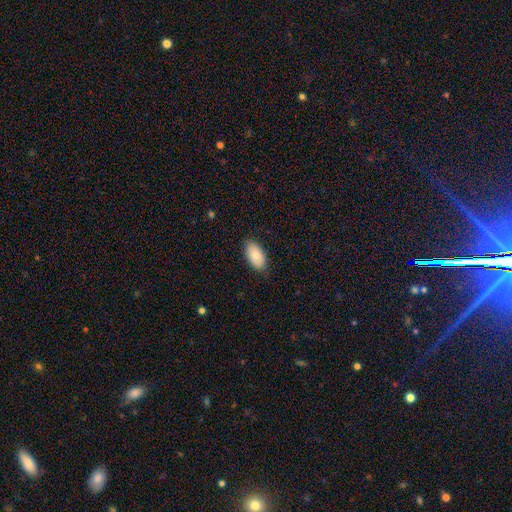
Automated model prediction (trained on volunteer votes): smooth_or_featured: smooth (p=0.84) [alt: featured or disk p=0.10]
how_rounded: in between (p=0.95) [alt: round p=0.03]
merging: none (p=0.85) [alt: minor disturbance p=0.12]